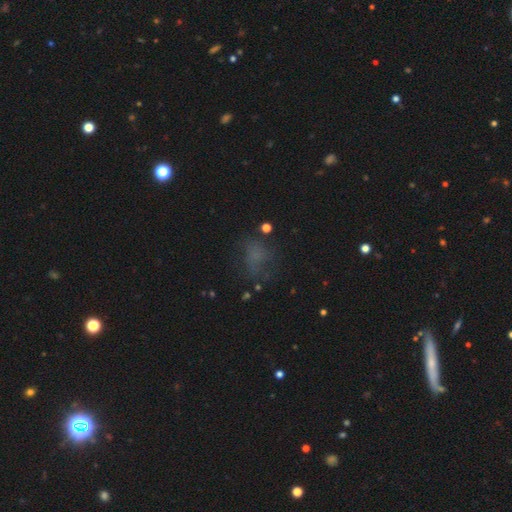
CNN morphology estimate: This is possibly a smooth galaxy (53%). How rounded: possibly in between (51%). Merging: possibly none (53%).